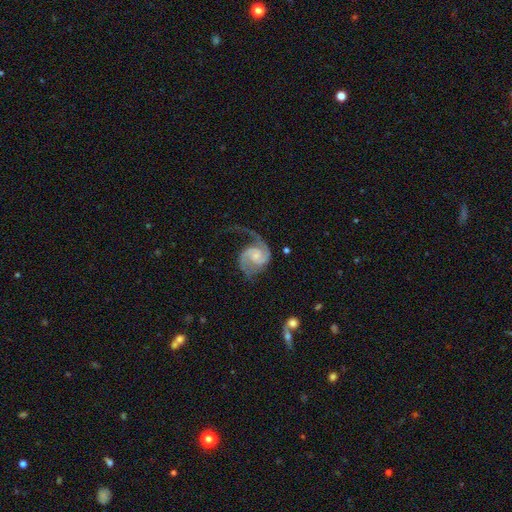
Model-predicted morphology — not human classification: Overall: featured or disk (90%). Edge-on disk: no (98%). Bar: no (57%; weak 36%). Spiral arms: yes (98%). Spiral arm count: 2 (85%). Spiral winding: medium (50%; loose 29%). Bulge size: small (50%; moderate 32%). Merging: none (48%; major disturbance 31%).